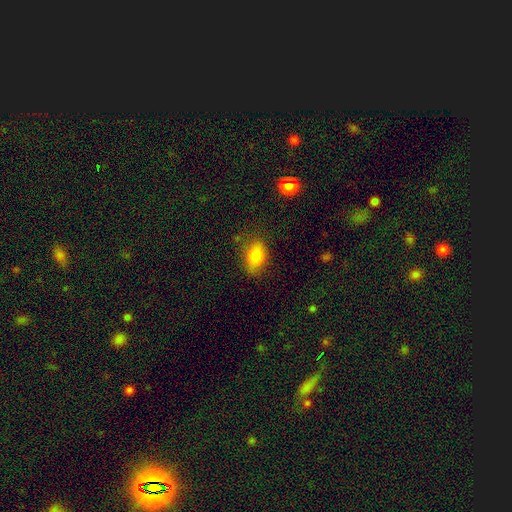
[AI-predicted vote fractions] Overall: smooth (84%). How rounded: in between (86%). Merging: none (75%).